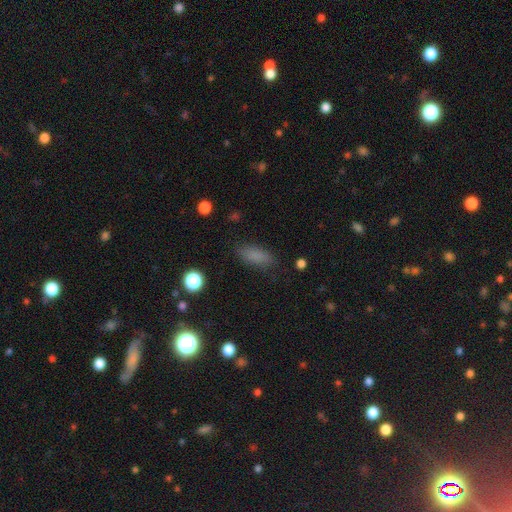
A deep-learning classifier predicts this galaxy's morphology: smooth-or-featured: smooth: 82% | star or artifact: 11% | featured or disk: 7%
  how-rounded: in between: 74% | cigar-shaped: 22% | round: 4%
  merging: none: 82% | minor disturbance: 13% | major disturbance: 4% | merger: 1%